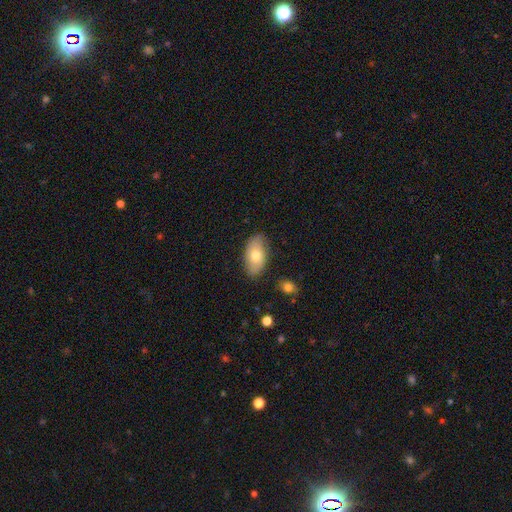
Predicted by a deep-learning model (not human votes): The model was most divided on "smooth or featured": smooth: 69%, featured or disk: 24%, star or artifact: 7%. More confident: how rounded — in between (93%); merging — none (82%).